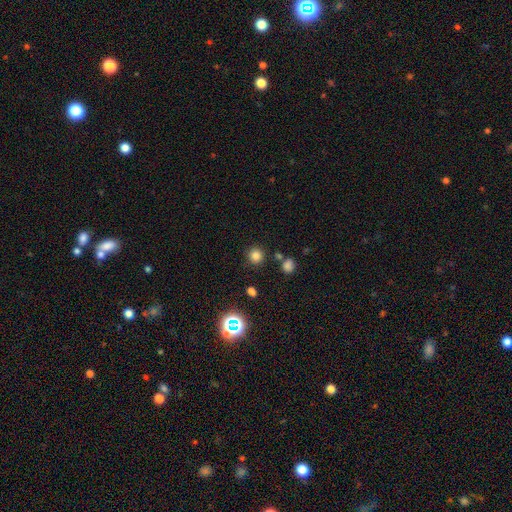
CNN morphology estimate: A smooth galaxy with no disk features (79%) that is round (93%).

Vote fractions:
- Smooth or featured? smooth: 79% / star or artifact: 16% / featured or disk: 5%
- How rounded? round: 93% / in between: 6% / cigar-shaped: 1%
- Merging? none: 84% / minor disturbance: 7% / merger: 5% / major disturbance: 3%